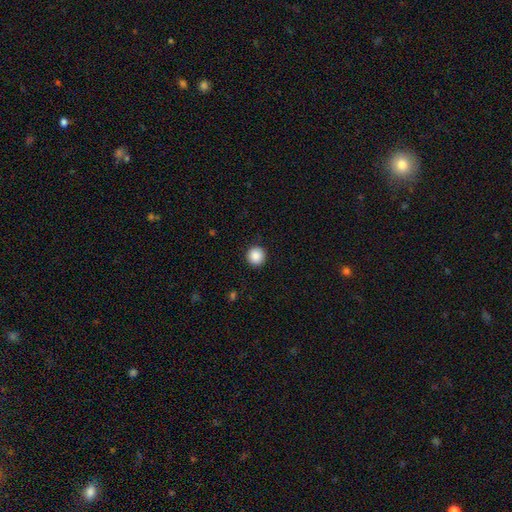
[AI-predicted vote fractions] A smooth galaxy with no disk features (88%) that is round (95%).

Vote fractions:
- Smooth or featured? smooth: 88% / star or artifact: 9% / featured or disk: 3%
- How rounded? round: 95% / in between: 5% / cigar-shaped: 1%
- Merging? none: 92% / minor disturbance: 5% / major disturbance: 2% / merger: 1%